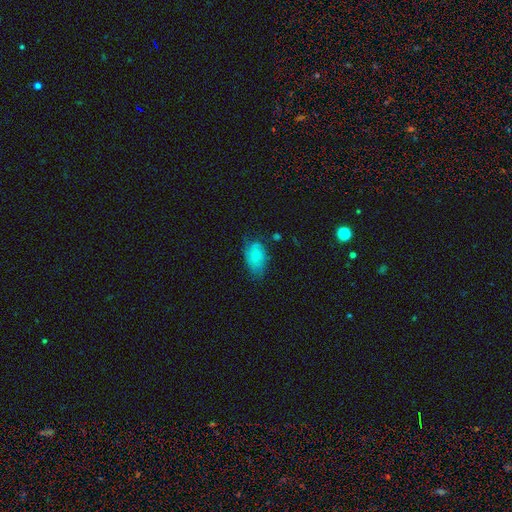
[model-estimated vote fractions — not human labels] The model was most divided on "merging": none: 57%, minor disturbance: 31%, major disturbance: 10%, merger: 2%. More confident: how rounded — in between (91%); smooth or featured — smooth (72%).